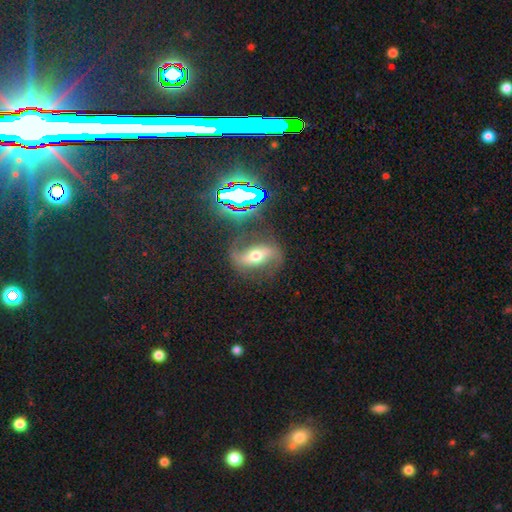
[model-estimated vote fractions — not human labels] Smooth or featured? Predicted: featured or disk (p=0.70). Edge-on disk? Predicted: no (p=0.88). Bar? Predicted: strong (p=0.53). Spiral arms? Predicted: yes (p=0.82). Spiral winding? Predicted: loose (p=0.55). Spiral arm count? Predicted: 2 (p=0.89). Bulge size? Predicted: moderate (p=0.68). Merging? Predicted: none (p=0.75).